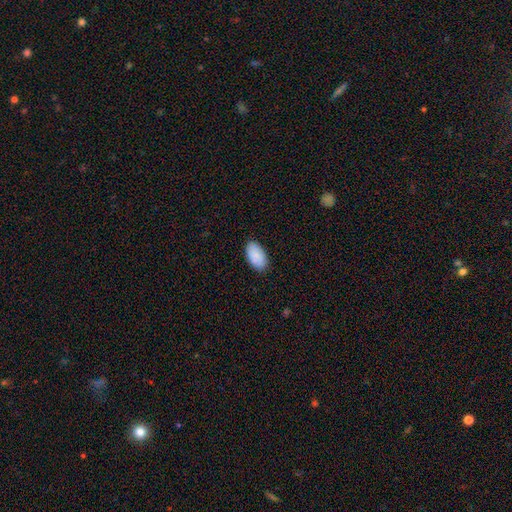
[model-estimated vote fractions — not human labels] This appears to be a smooth galaxy with no disk features (89%) that is in between round and cigar-shaped (96%). Merging: none (87%).